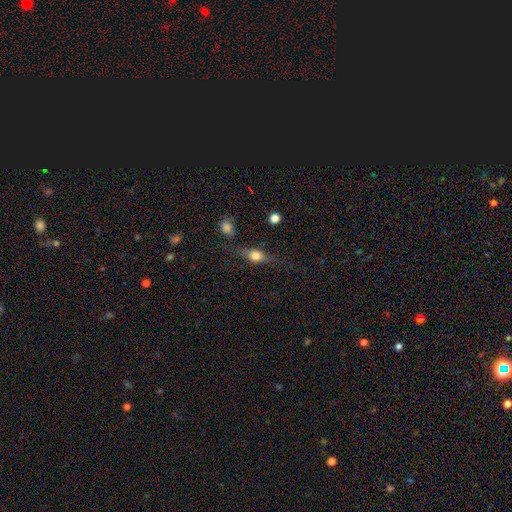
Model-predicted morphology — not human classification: Smooth or featured? smooth (48%)
Merging? none (67%)